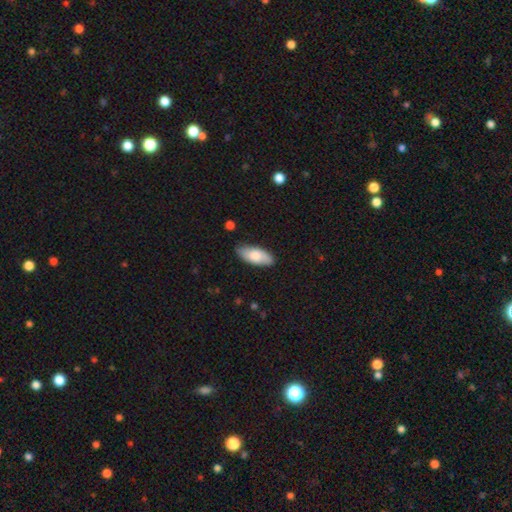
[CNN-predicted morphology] The model was most divided on "smooth or featured": smooth: 75%, featured or disk: 19%, star or artifact: 6%. More confident: how rounded — in between (85%); merging — none (82%).